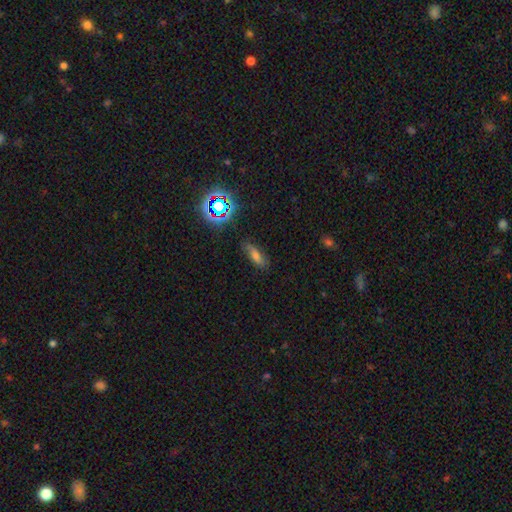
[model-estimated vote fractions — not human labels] A smooth galaxy with no disk features (59%) that is in between round and cigar-shaped (66%).

Vote fractions:
- Smooth or featured? smooth: 59% / star or artifact: 21% / featured or disk: 20%
- How rounded? in between: 66% / cigar-shaped: 28% / round: 6%
- Merging? none: 74% / minor disturbance: 19% / major disturbance: 5% / merger: 2%